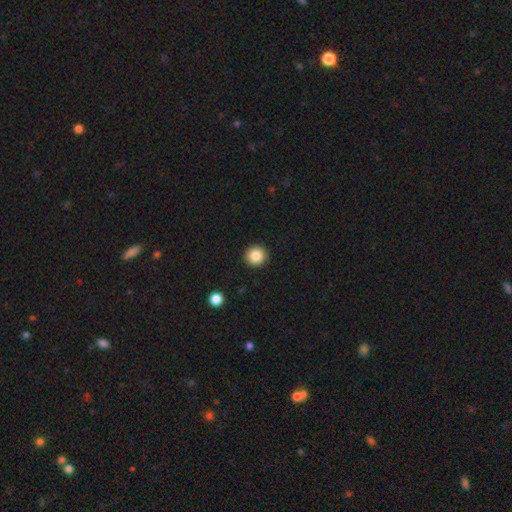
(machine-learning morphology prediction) Smooth or featured? Predicted: smooth (p=0.86). How rounded? Predicted: round (p=0.95). Merging? Predicted: none (p=0.93).